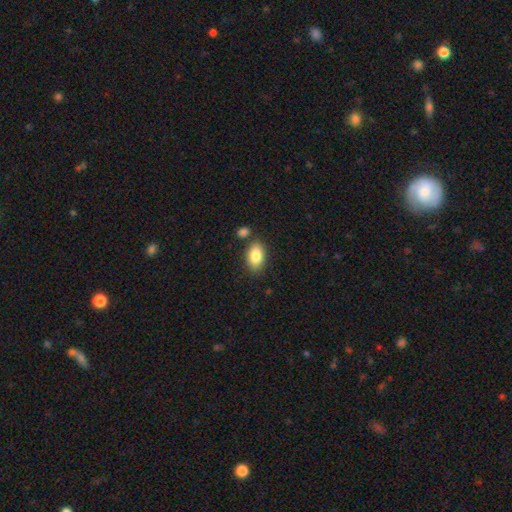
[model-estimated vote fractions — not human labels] Smooth or featured: smooth — 85% (featured or disk — 8%)
How rounded: in between — 92% (round — 7%)
Merging: none — 78% (minor disturbance — 11%)